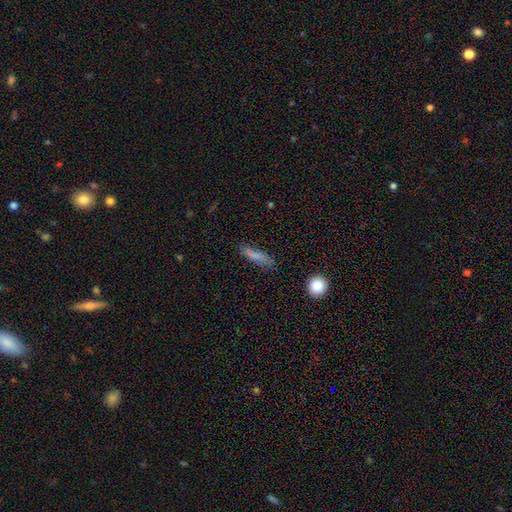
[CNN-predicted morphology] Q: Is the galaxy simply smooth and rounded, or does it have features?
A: smooth — 77%.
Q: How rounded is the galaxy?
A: cigar-shaped — 75%.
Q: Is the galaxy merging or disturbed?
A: none — 75%.